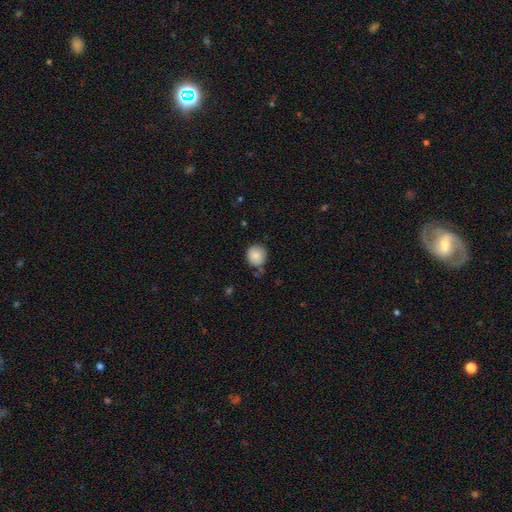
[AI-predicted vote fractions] Smooth or featured: smooth — 85% (star or artifact — 8%)
How rounded: round — 88% (in between — 11%)
Merging: none — 74% (minor disturbance — 19%)